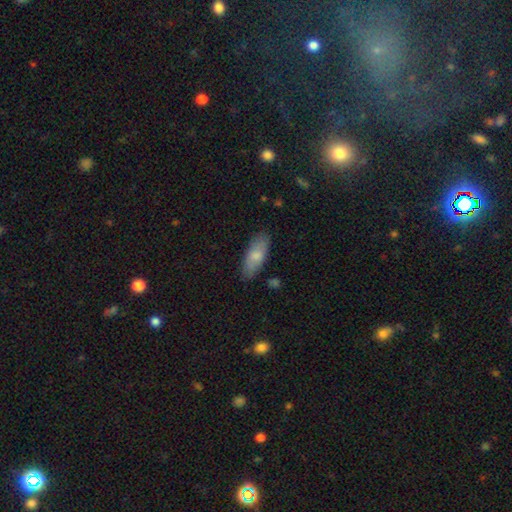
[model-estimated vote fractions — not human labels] Morphology: type=smooth (77%); roundness=in between (78%); merging=none (82%).